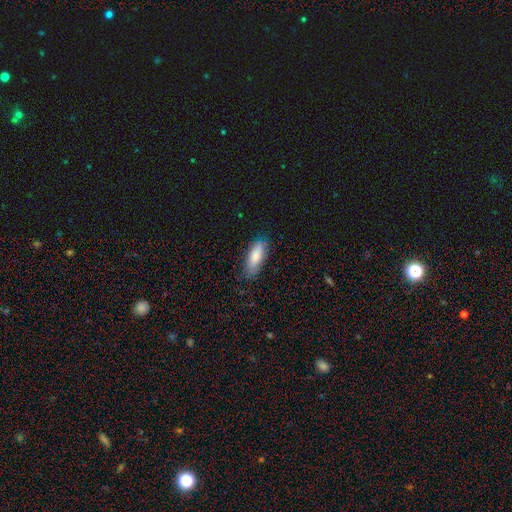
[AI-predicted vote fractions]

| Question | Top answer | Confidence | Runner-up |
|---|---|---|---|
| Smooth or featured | smooth | 81% | featured or disk (13%) |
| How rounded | in between | 71% | cigar-shaped (27%) |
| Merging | none | 74% | minor disturbance (20%) |